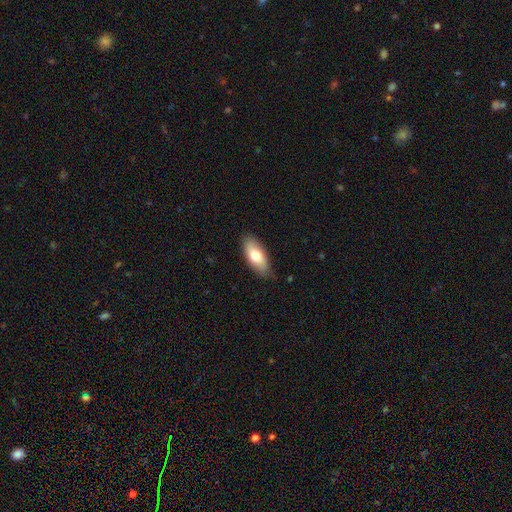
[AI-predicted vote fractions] A smooth galaxy with no disk features (73%) that is in between round and cigar-shaped (85%).

Vote fractions:
- Smooth or featured? smooth: 73% / featured or disk: 21% / star or artifact: 6%
- How rounded? in between: 85% / cigar-shaped: 12% / round: 3%
- Merging? none: 79% / minor disturbance: 17% / major disturbance: 3% / merger: 1%